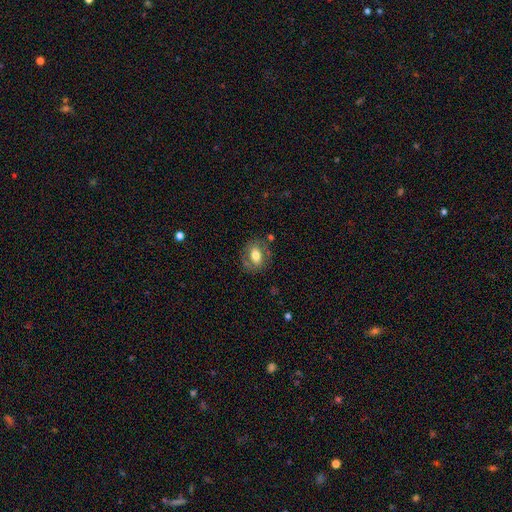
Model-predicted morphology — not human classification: Smooth or featured: smooth — 63% (featured or disk — 29%)
How rounded: in between — 68% (round — 31%)
Merging: none — 74% (minor disturbance — 16%)